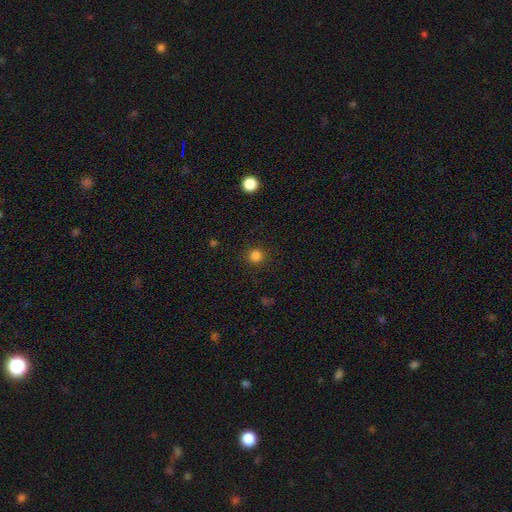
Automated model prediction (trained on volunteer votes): smooth 84%, star or artifact 13%, featured or disk 3%. Down the decision tree: how rounded — round (94%); merging — none (91%).